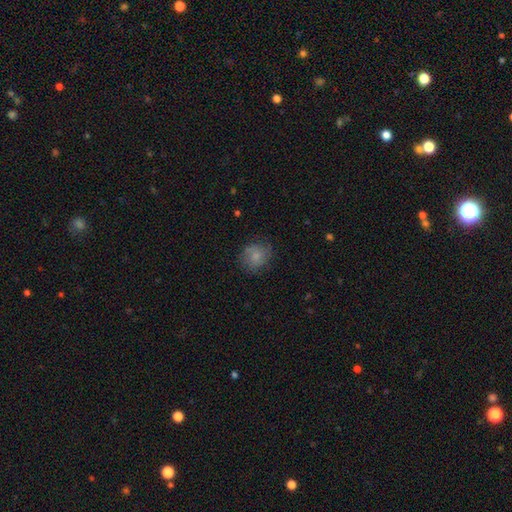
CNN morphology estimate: type=smooth (74%); roundness=round (76%); merging=none (72%).